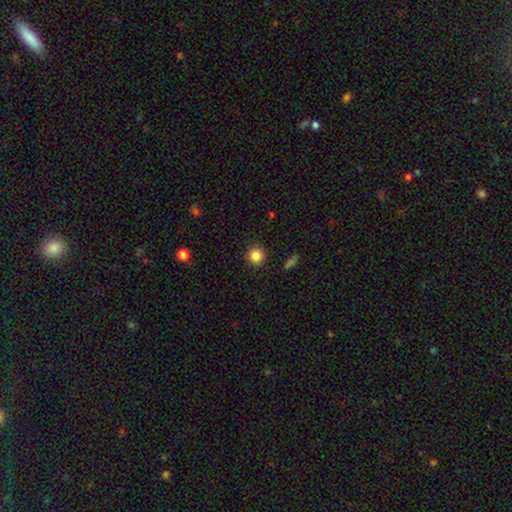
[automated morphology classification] This appears to be a smooth galaxy with no disk features (85%) that is round (93%). Merging: none (91%).